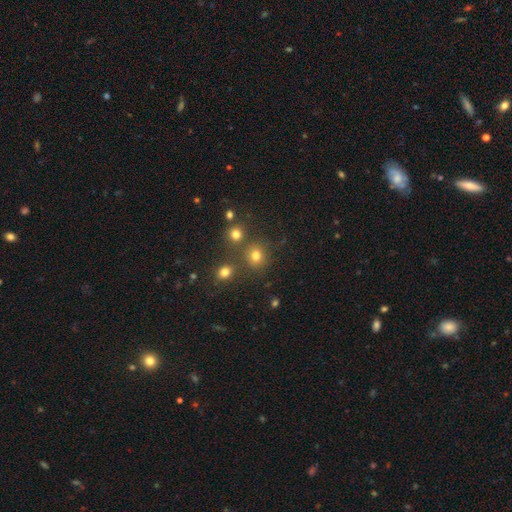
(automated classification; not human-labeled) smooth_or_featured: smooth (p=0.72) [alt: star or artifact p=0.21]
how_rounded: round (p=0.86) [alt: in between p=0.13]
merging: none (p=0.73) [alt: merger p=0.15]